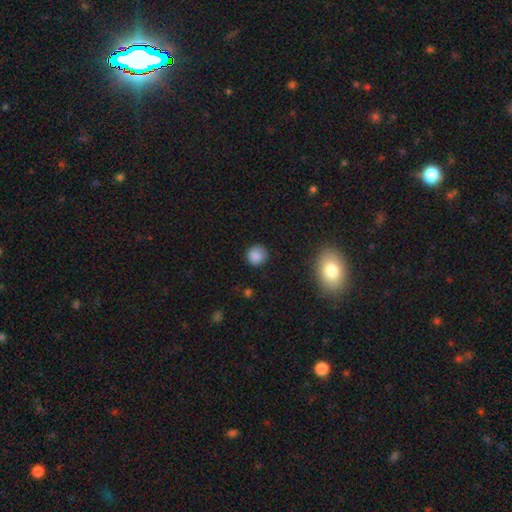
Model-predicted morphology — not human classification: smooth-or-featured: smooth: 85% | star or artifact: 11% | featured or disk: 4%
  how-rounded: round: 91% | in between: 8% | cigar-shaped: 1%
  merging: none: 85% | minor disturbance: 11% | major disturbance: 3% | merger: 1%